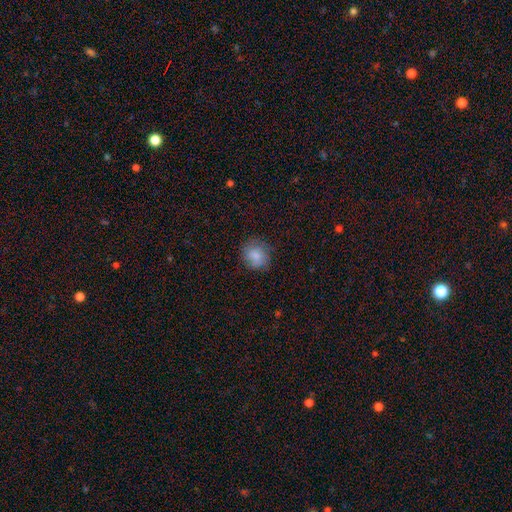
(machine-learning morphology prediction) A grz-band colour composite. It shows a smooth galaxy with no disk features (79%) that is round (82%). Merging: none (76%).